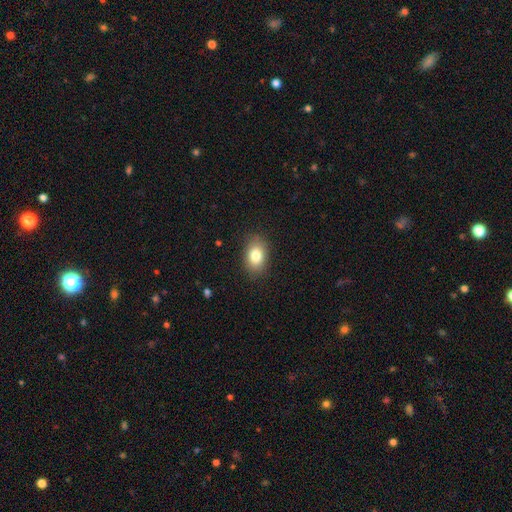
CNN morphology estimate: The model was most divided on "how rounded": in between: 80%, round: 18%, cigar-shaped: 1%. More confident: merging — none (86%); smooth or featured — smooth (82%).